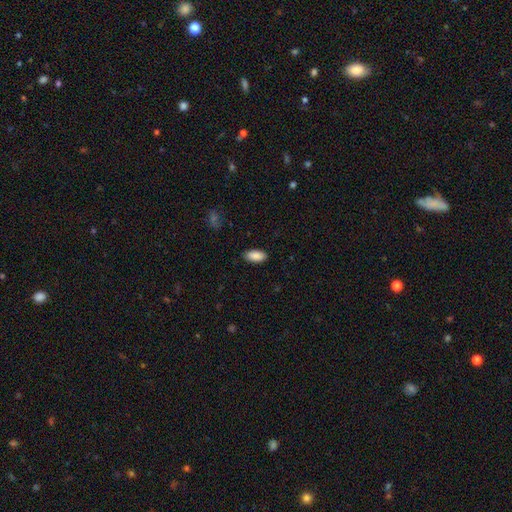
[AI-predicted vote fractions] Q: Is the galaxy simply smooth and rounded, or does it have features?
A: smooth — 89%.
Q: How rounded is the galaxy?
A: in between — 92%.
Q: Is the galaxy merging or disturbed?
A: none — 88%.